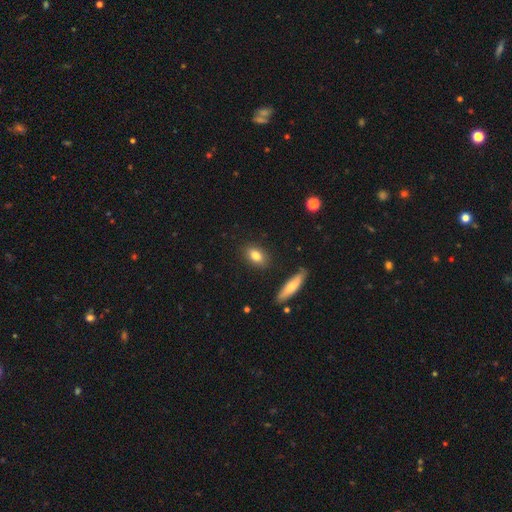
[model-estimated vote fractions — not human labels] Morphology: type=smooth (81%); roundness=in between (76%); merging=none (86%).